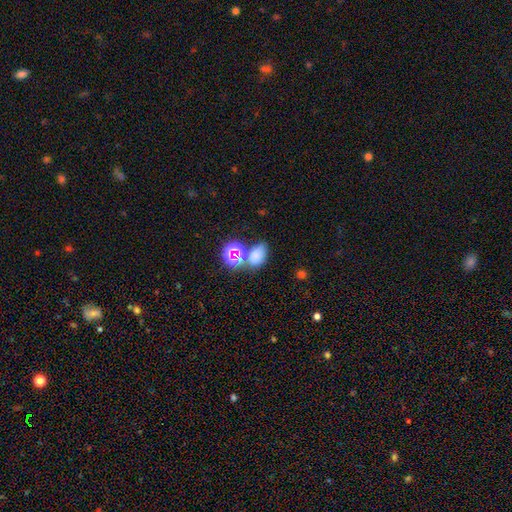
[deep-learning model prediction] This is likely a smooth galaxy (71%). How rounded: likely in between (78%). Merging: possibly none (57%).